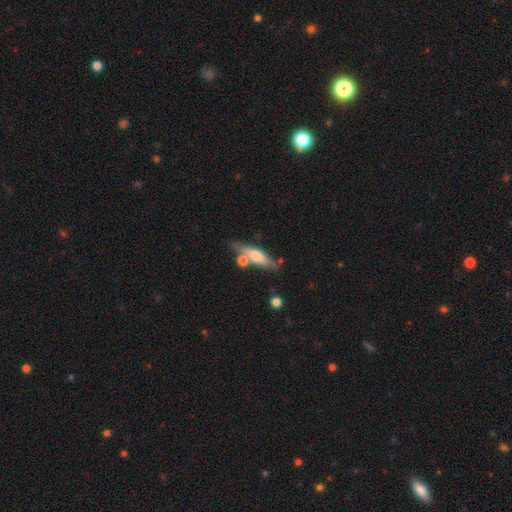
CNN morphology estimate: Q: Smooth or featured?
A: smooth (50%); runner-up: featured or disk (44%)
Q: Merging?
A: none (61%); runner-up: merger (19%)